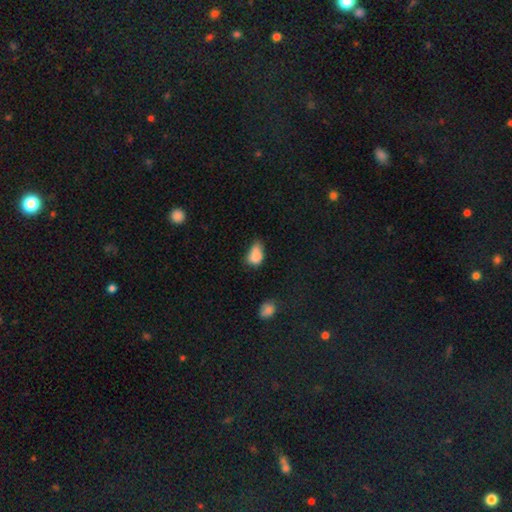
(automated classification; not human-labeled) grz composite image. It shows a smooth galaxy with no disk features (80%) that is in between round and cigar-shaped (83%). Merging: minor disturbance (42%).